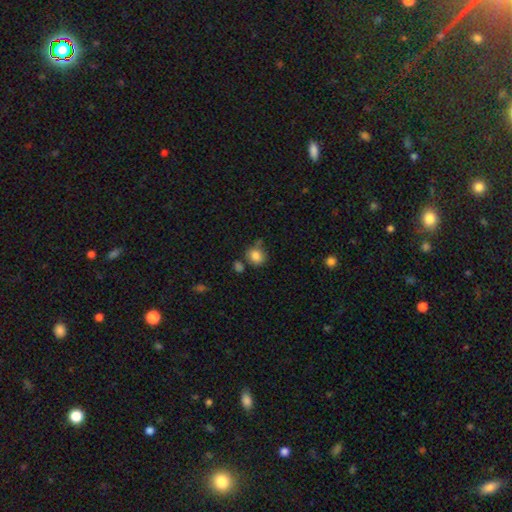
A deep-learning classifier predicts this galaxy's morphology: smooth-or-featured: smooth: 83% | star or artifact: 9% | featured or disk: 7%
  how-rounded: round: 78% | in between: 21% | cigar-shaped: 1%
  merging: none: 67% | minor disturbance: 17% | merger: 12% | major disturbance: 5%